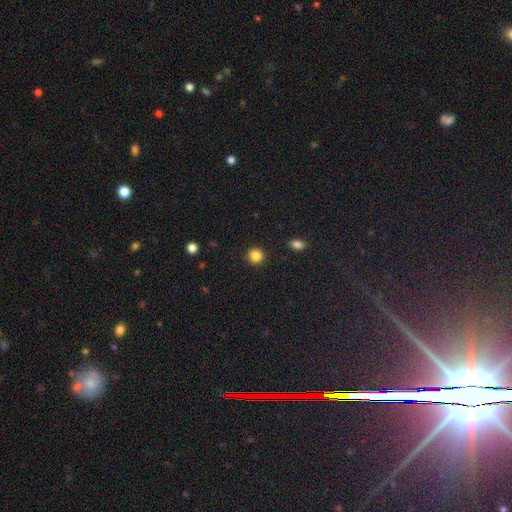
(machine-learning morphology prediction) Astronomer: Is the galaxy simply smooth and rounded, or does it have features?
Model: smooth — 85%.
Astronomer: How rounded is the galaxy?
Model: round — 91%.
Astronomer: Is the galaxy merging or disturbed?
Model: none — 92%.